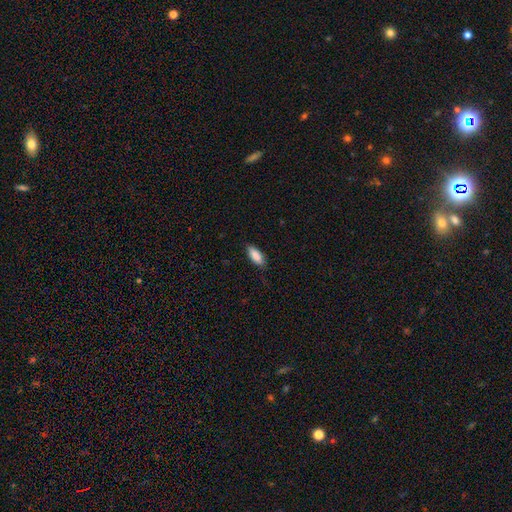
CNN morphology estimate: Q: Smooth or featured?
A: smooth (88%); runner-up: featured or disk (6%)
Q: How rounded?
A: in between (77%); runner-up: cigar-shaped (21%)
Q: Merging?
A: none (84%); runner-up: minor disturbance (13%)